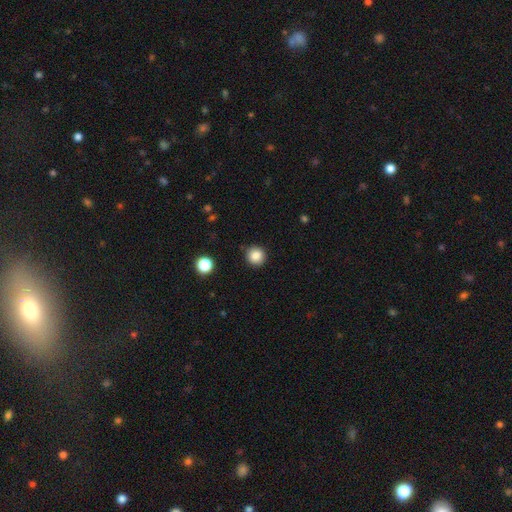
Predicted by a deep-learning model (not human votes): smooth_or_featured: smooth (p=0.85) [alt: star or artifact p=0.10]
how_rounded: round (p=0.93) [alt: in between p=0.06]
merging: none (p=0.89) [alt: minor disturbance p=0.08]